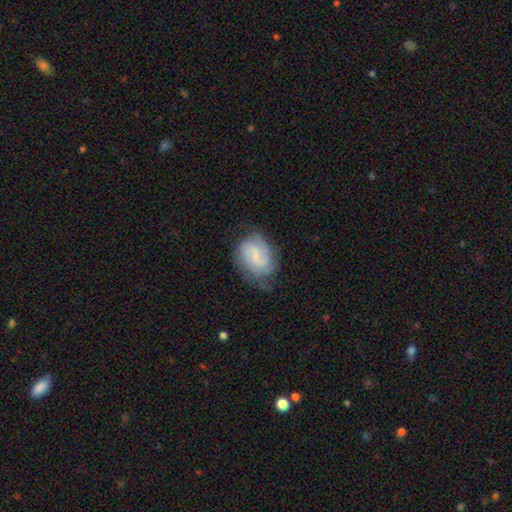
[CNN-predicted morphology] This is likely a featured or disk galaxy (72%). It is clearly not viewed edge-on (98%). Bar: possibly weak (52%). Spiral arm pattern: clearly yes (93%). Spiral arm count: possibly 2 (52%). Spiral winding: marginally medium (43%). Central bulge: possibly small (52%). Merging: likely none (62%).